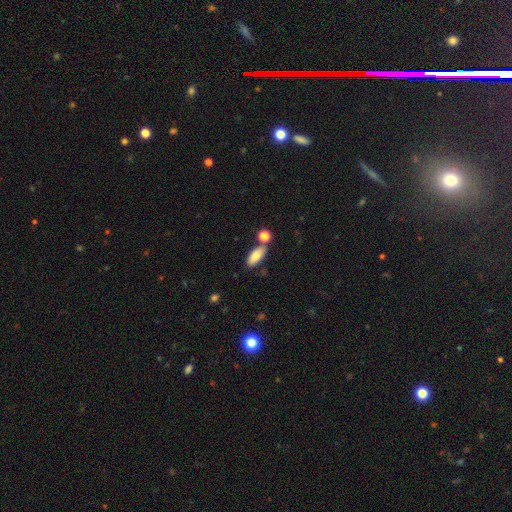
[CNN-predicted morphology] Smooth or featured: smooth — 83% (featured or disk — 9%)
How rounded: in between — 82% (cigar-shaped — 15%)
Merging: none — 69% (merger — 14%)